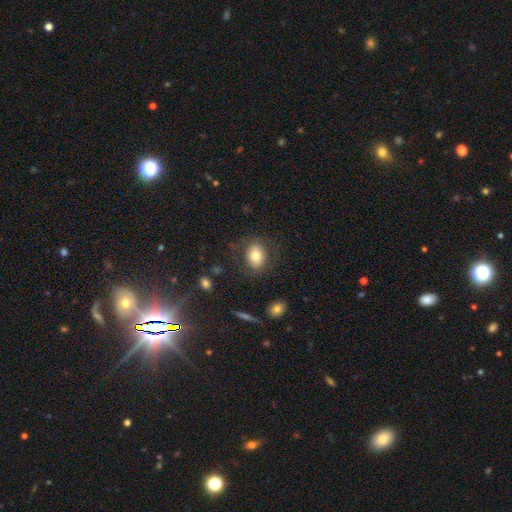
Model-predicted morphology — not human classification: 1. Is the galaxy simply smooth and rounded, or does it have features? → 76% smooth, 16% featured or disk, 9% star or artifact.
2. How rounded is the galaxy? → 58% in between, 41% round, 1% cigar-shaped.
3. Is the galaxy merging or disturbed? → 77% none, 13% minor disturbance, 8% major disturbance, 2% merger.